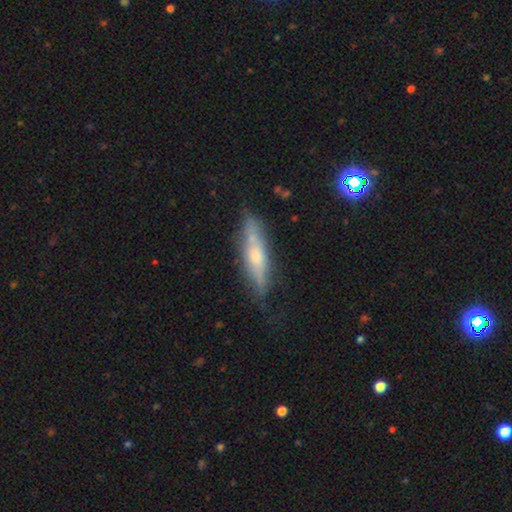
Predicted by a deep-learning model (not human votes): The model was most divided on "smooth or featured": smooth: 47%, featured or disk: 46%, star or artifact: 7%. More confident: merging — none (71%).